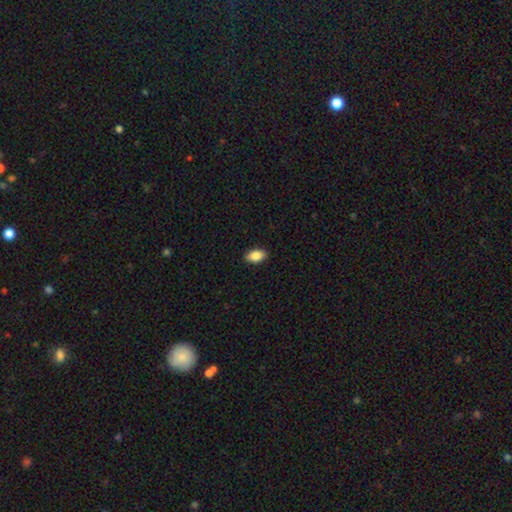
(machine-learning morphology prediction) Smooth or featured?
  - smooth: 86% *
  - featured or disk: 7%
  - star or artifact: 7%
How rounded?
  - in between: 92% *
  - round: 5%
  - cigar-shaped: 3%
Merging?
  - none: 89% *
  - minor disturbance: 8%
  - major disturbance: 2%
  - merger: 1%